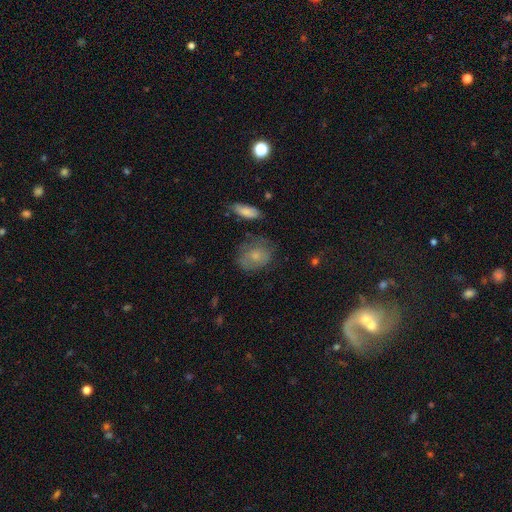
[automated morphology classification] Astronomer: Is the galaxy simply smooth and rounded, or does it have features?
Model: smooth — 65%.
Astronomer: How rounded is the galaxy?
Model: round — 50% (runner-up: in between, 48%).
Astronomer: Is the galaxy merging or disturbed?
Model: none — 59%.